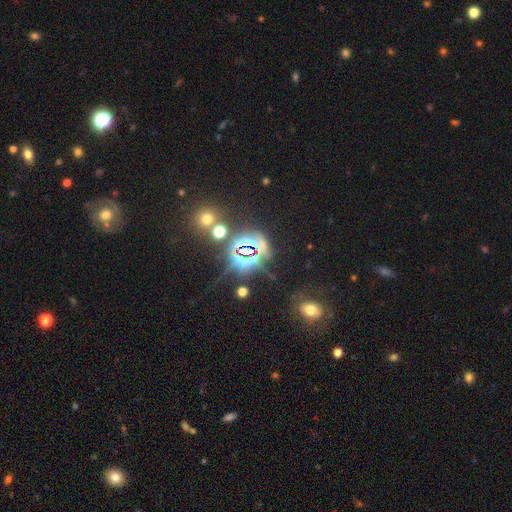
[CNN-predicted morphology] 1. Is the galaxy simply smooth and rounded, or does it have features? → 76% star or artifact, 15% smooth, 9% featured or disk.